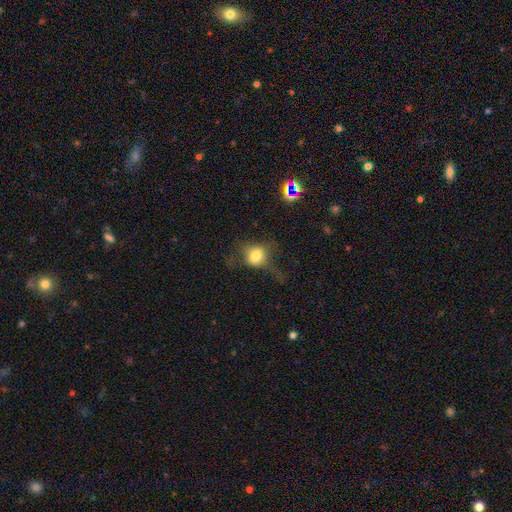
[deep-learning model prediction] This appears to be a smooth galaxy with no disk features (66%) that is round (58%). Merging: none (40%).